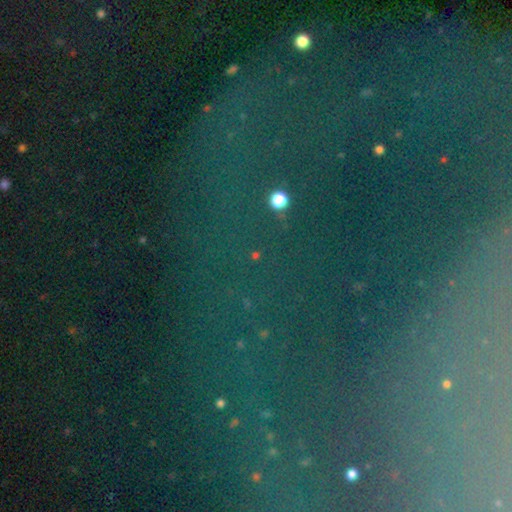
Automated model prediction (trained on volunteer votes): smooth-or-featured: star or artifact: 76% | smooth: 14% | featured or disk: 9%